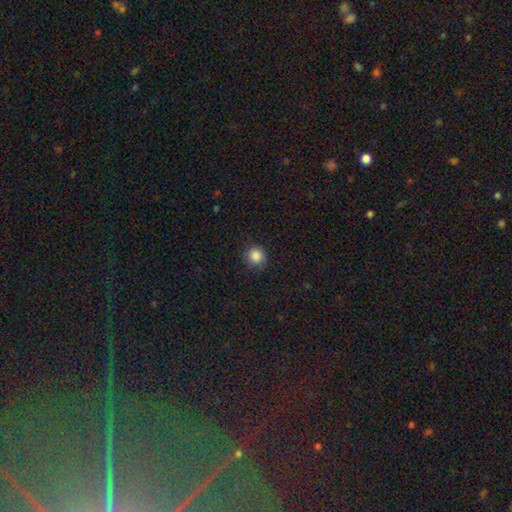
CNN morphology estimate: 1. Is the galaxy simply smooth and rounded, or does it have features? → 86% smooth, 10% star or artifact, 4% featured or disk.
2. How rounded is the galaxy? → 90% round, 9% in between, 1% cigar-shaped.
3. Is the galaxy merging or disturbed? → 80% none, 15% minor disturbance, 4% major disturbance, 1% merger.